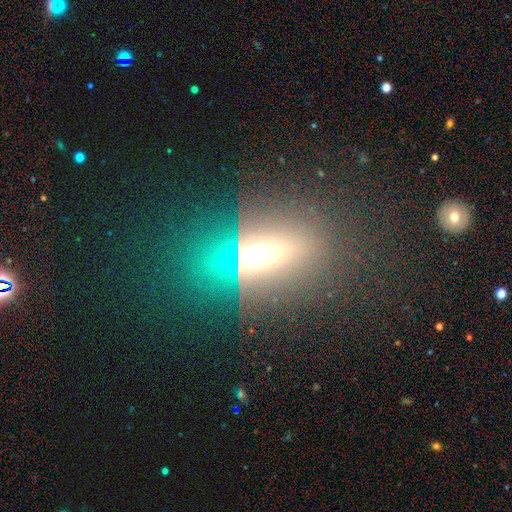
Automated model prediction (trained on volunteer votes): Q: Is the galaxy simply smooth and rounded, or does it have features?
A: featured or disk — 41%.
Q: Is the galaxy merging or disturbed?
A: none — 57%.